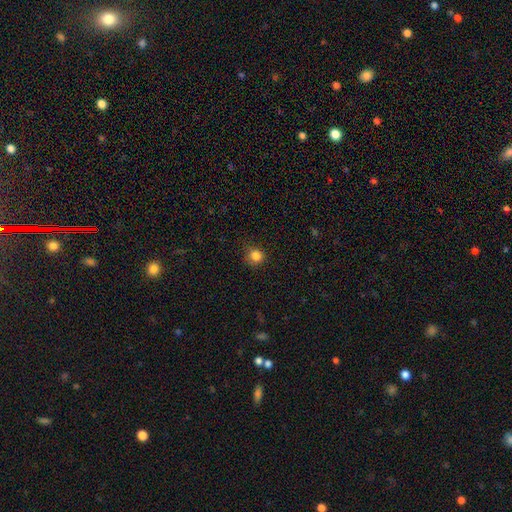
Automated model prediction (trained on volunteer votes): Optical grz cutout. It shows a smooth galaxy with no disk features (83%) that is round (87%). Merging: none (81%).